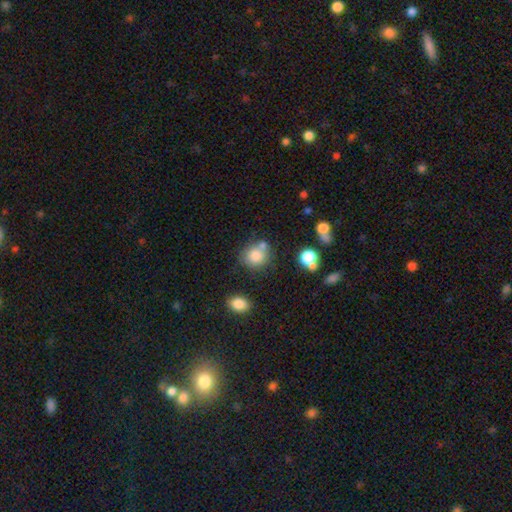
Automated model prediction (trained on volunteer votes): Smooth or featured? Predicted: smooth (p=0.81). How rounded? Predicted: round (p=0.79). Merging? Predicted: none (p=0.58).